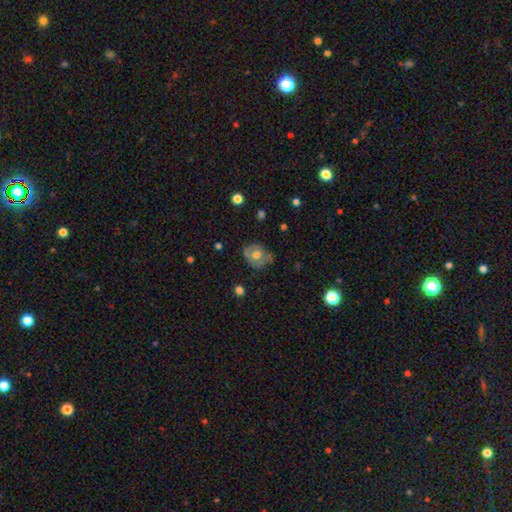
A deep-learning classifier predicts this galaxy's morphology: smooth 52%, featured or disk 40%, star or artifact 9%. Down the decision tree: how rounded — round (51%); merging — none (61%).